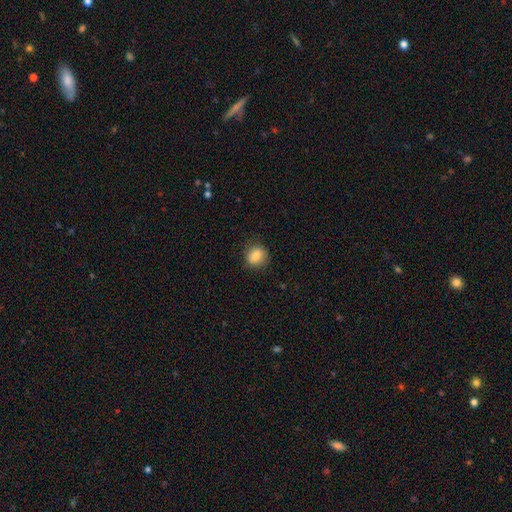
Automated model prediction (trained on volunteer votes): Overall: smooth (84%). How rounded: round (69%). Merging: none (81%).